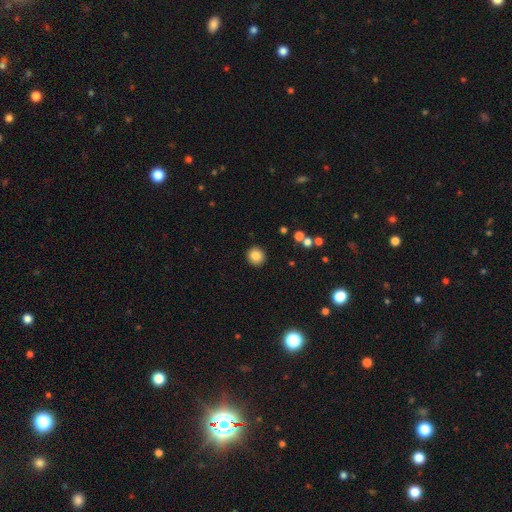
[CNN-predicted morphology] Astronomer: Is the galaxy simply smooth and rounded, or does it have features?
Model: smooth — 84%.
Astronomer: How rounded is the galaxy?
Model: round — 92%.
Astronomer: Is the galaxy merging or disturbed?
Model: none — 92%.